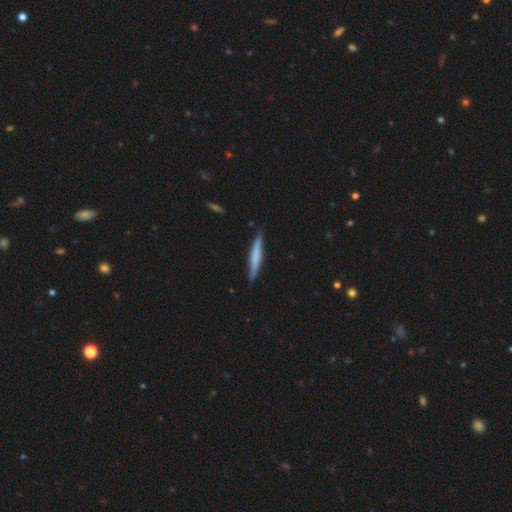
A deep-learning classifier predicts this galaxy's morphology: Smooth or featured?
  - smooth: 58% *
  - featured or disk: 37%
  - star or artifact: 5%
How rounded?
  - cigar-shaped: 95% *
  - in between: 4%
  - round: 1%
Merging?
  - none: 87% *
  - minor disturbance: 10%
  - major disturbance: 2%
  - merger: 1%